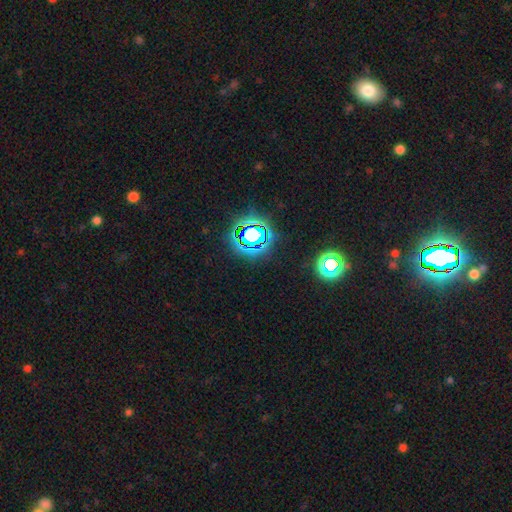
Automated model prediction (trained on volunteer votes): Smooth or featured: star or artifact — 80% (smooth — 13%)